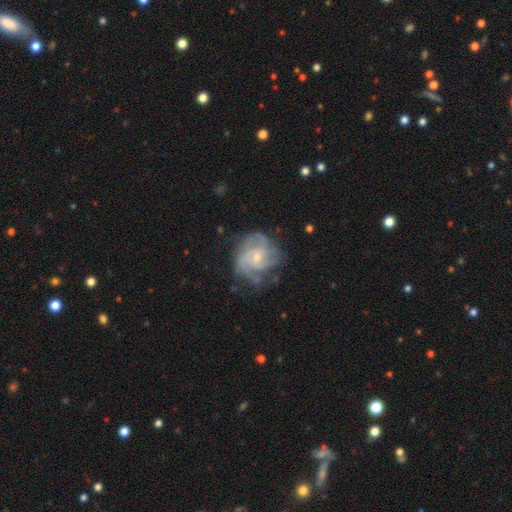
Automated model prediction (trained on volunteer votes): smooth-or-featured: featured or disk: 83% | smooth: 10% | star or artifact: 7%
  disk-edge-on: no: 98% | yes: 2%
    bar: no: 64% | weak: 31% | strong: 4%
    has-spiral-arms: yes: 94% | no: 6%
      spiral-winding: tight: 49% | medium: 39% | loose: 11%
      spiral-arm-count: can't tell: 27% | 3: 25% | 4: 23% | 2: 12% | more than 4: 6% | 1: 5%
    bulge-size: small: 63% | moderate: 31% | none: 4% | large: 2% | dominant: 1%
  merging: none: 64% | minor disturbance: 22% | major disturbance: 12% | merger: 2%